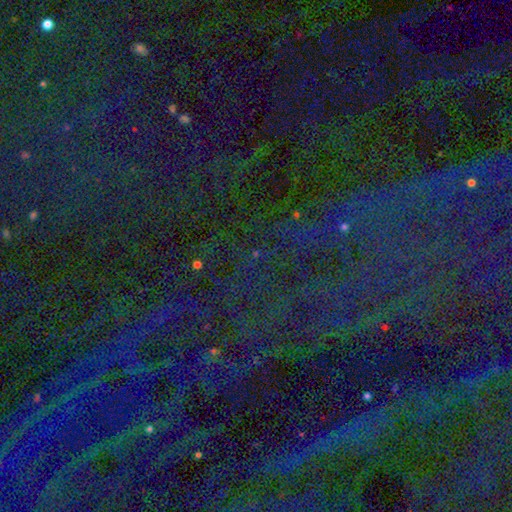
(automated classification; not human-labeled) Smooth or featured? star or artifact (83%)